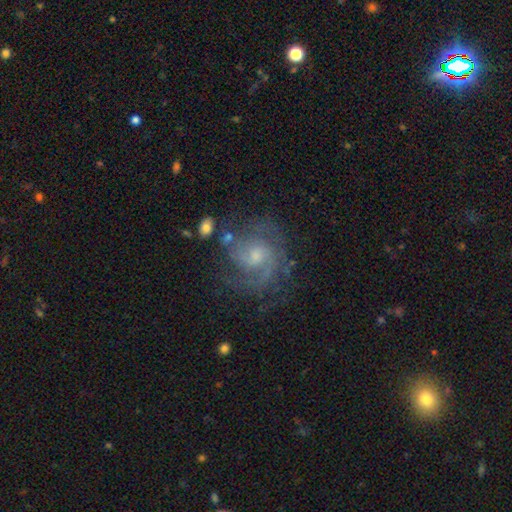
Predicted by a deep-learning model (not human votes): A featured or disk galaxy (83%) with no bar (54%), 2 (44%) medium (47%) spiral arms (95%) and a small central bulge (49%). Merging: none (66%).